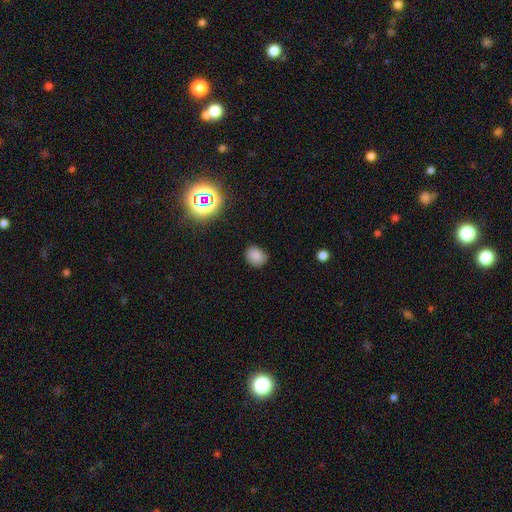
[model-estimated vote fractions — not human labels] smooth 81%, star or artifact 14%, featured or disk 5%. Down the decision tree: how rounded — round (50%); merging — none (81%).